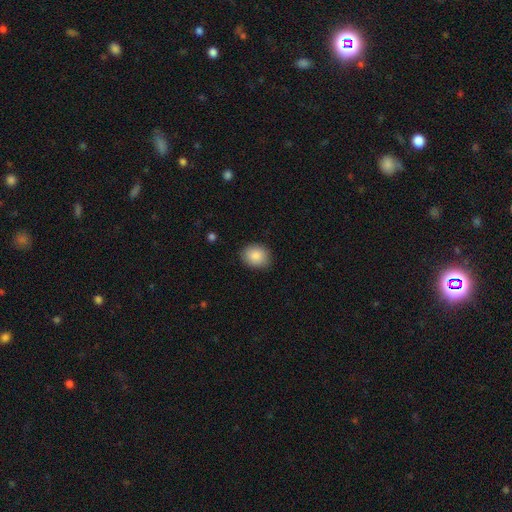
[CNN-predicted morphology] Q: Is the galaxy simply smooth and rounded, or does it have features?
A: smooth — 88%.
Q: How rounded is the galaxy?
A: round — 59%.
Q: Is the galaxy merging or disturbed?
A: none — 84%.